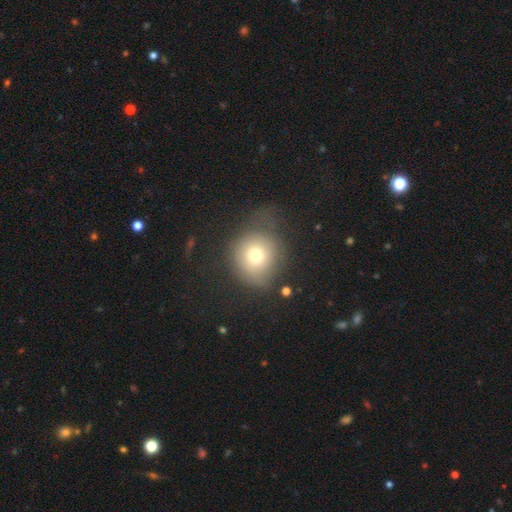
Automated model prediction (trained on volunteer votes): Smooth or featured: smooth — 72% (featured or disk — 15%)
How rounded: round — 84% (in between — 15%)
Merging: none — 50% (minor disturbance — 26%)